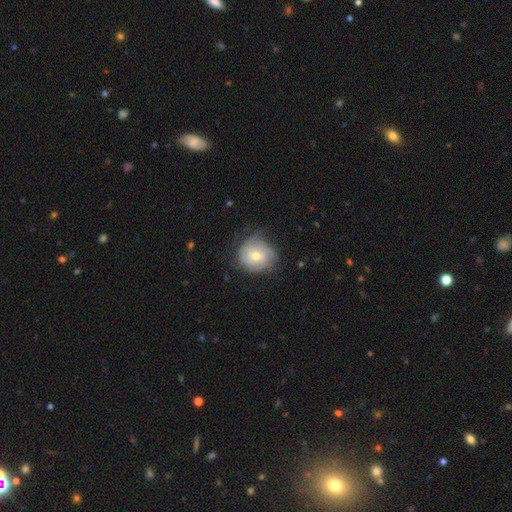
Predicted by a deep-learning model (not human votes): Smooth or featured? Predicted: featured or disk (p=0.59). Edge-on disk? Predicted: no (p=0.97). Bar? Predicted: no (p=0.72). Spiral arms? Predicted: yes (p=0.83). Bulge size? Predicted: moderate (p=0.59). Merging? Predicted: none (p=0.60).